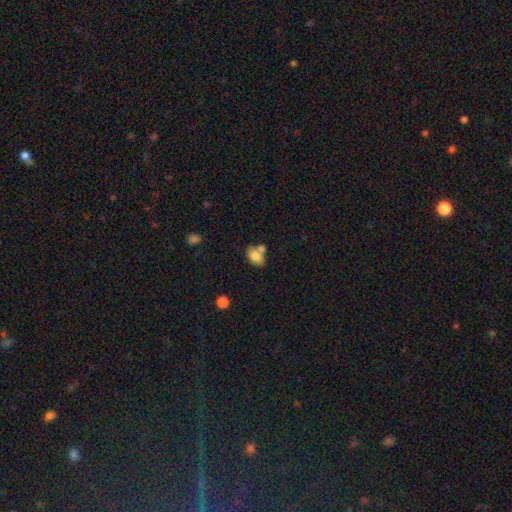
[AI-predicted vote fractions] This is likely a smooth galaxy (78%). How rounded: clearly in between (87%). Merging: possibly none (46%).